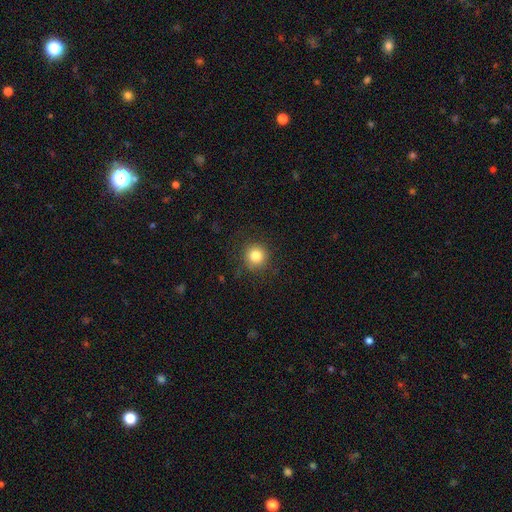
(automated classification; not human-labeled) The model was most divided on "smooth or featured": smooth: 83%, star or artifact: 11%, featured or disk: 5%. More confident: how rounded — round (94%); merging — none (88%).